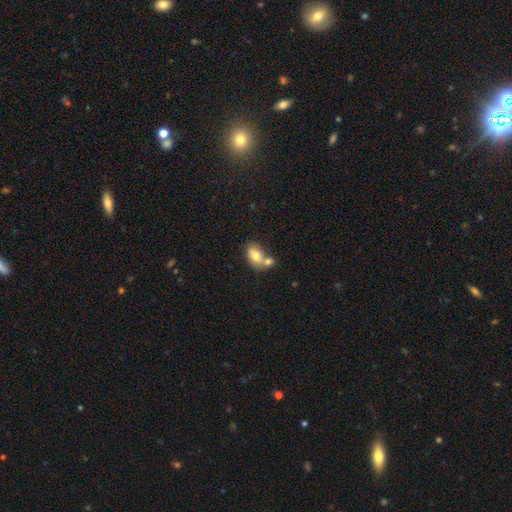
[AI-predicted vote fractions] Q: Smooth or featured?
A: smooth (74%); runner-up: featured or disk (18%)
Q: How rounded?
A: in between (85%); runner-up: round (13%)
Q: Merging?
A: merger (50%); runner-up: none (34%)